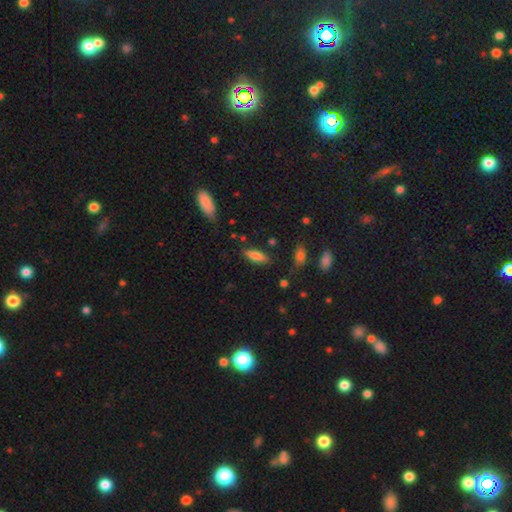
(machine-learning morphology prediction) Smooth or featured?
  - smooth: 74% *
  - featured or disk: 18%
  - star or artifact: 8%
How rounded?
  - in between: 53% *
  - cigar-shaped: 44%
  - round: 2%
Merging?
  - none: 76% *
  - minor disturbance: 17%
  - major disturbance: 4%
  - merger: 3%